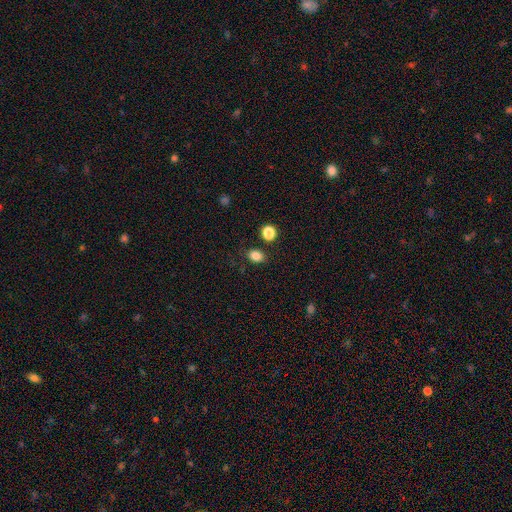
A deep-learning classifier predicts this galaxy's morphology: Smooth or featured?
  - smooth: 83% *
  - star or artifact: 12%
  - featured or disk: 5%
How rounded?
  - in between: 58% *
  - round: 41%
  - cigar-shaped: 1%
Merging?
  - none: 80% *
  - minor disturbance: 11%
  - merger: 6%
  - major disturbance: 3%